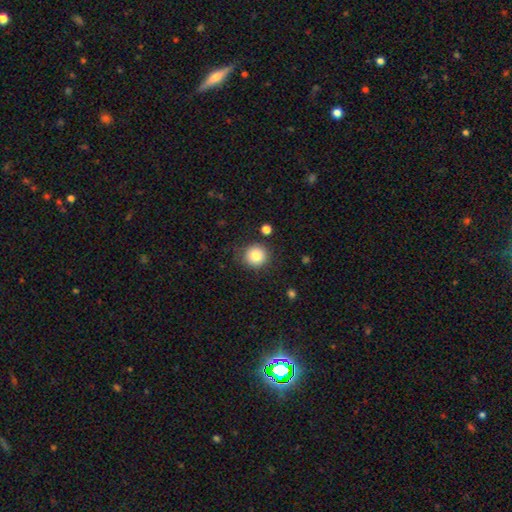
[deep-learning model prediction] A smooth galaxy with no disk features (83%) that is round (92%). Merging: none (84%).